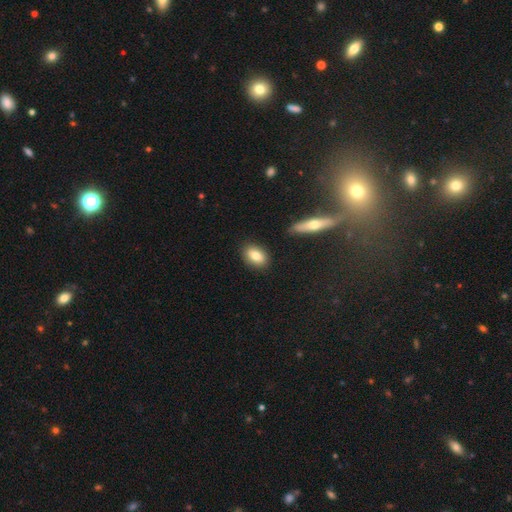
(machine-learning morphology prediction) smooth-or-featured: smooth: 81% | featured or disk: 12% | star or artifact: 7%
  how-rounded: in between: 83% | round: 14% | cigar-shaped: 3%
  merging: none: 86% | minor disturbance: 9% | merger: 2% | major disturbance: 2%